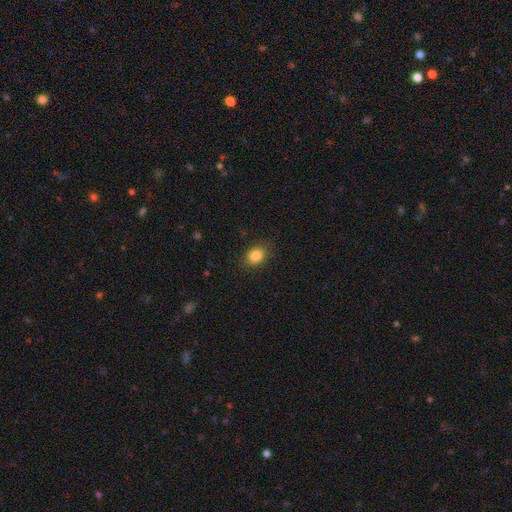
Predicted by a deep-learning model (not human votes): This appears to be a smooth galaxy with no disk features (84%) that is in between round and cigar-shaped (57%). Merging: none (85%).